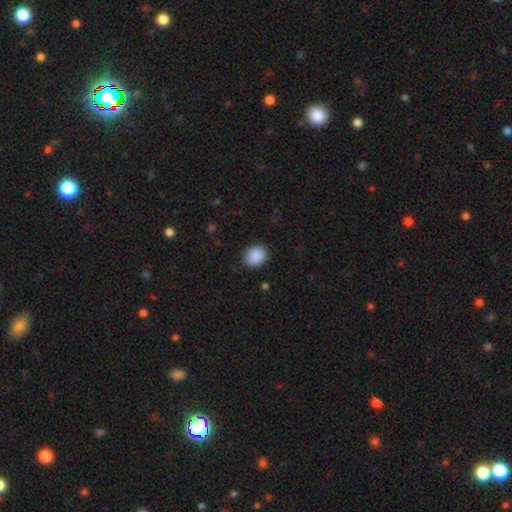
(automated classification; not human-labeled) Q: Smooth or featured?
A: smooth (89%); runner-up: star or artifact (8%)
Q: How rounded?
A: round (54%); runner-up: in between (45%)
Q: Merging?
A: none (86%); runner-up: minor disturbance (10%)